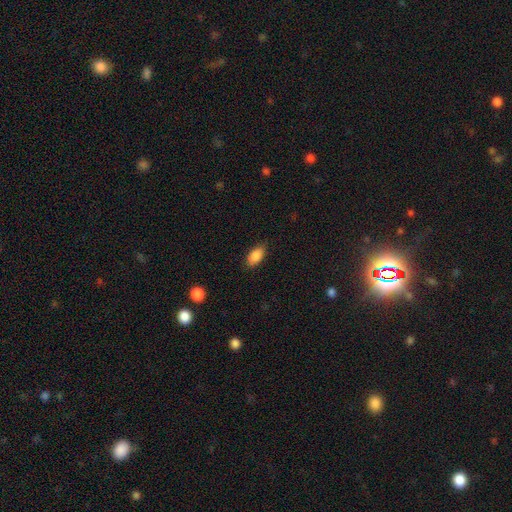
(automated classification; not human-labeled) A smooth galaxy with no disk features (87%) that is in between round and cigar-shaped (91%). Merging: none (82%).